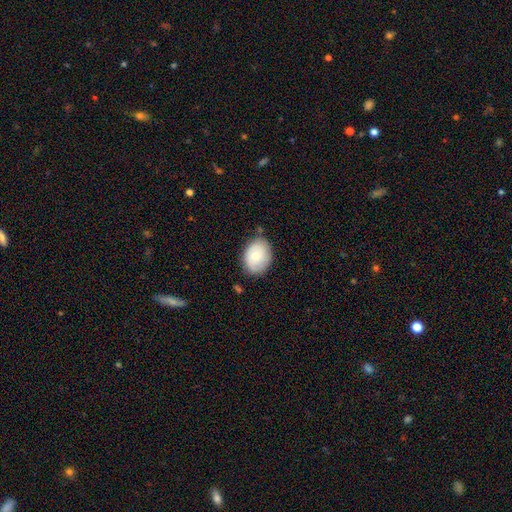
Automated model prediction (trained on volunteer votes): smooth-or-featured: smooth: 72% | featured or disk: 21% | star or artifact: 7%
  how-rounded: in between: 69% | round: 30% | cigar-shaped: 1%
  merging: none: 74% | minor disturbance: 19% | major disturbance: 4% | merger: 3%